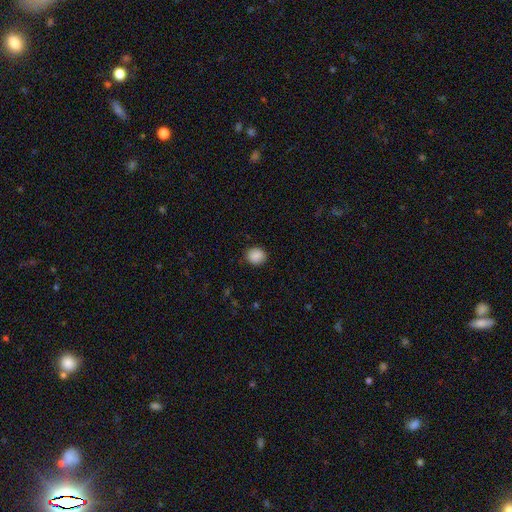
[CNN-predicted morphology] Smooth or featured?
  - smooth: 88% *
  - star or artifact: 8%
  - featured or disk: 4%
How rounded?
  - round: 74% *
  - in between: 25%
  - cigar-shaped: 1%
Merging?
  - none: 88% *
  - minor disturbance: 8%
  - major disturbance: 2%
  - merger: 1%